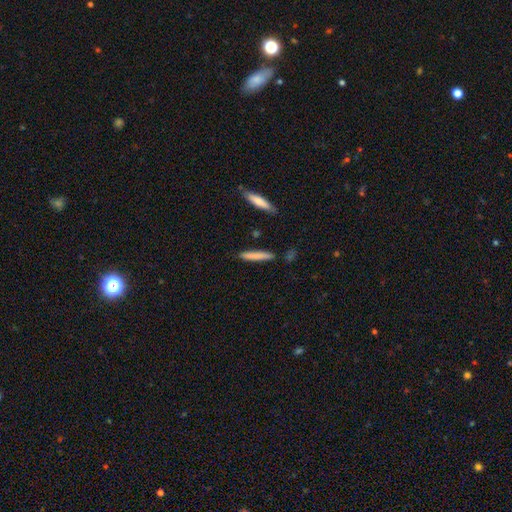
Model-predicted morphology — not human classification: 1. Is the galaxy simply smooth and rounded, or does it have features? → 80% smooth, 14% featured or disk, 6% star or artifact.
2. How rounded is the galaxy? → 90% cigar-shaped, 8% in between, 1% round.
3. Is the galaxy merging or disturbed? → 86% none, 9% minor disturbance, 3% merger, 2% major disturbance.